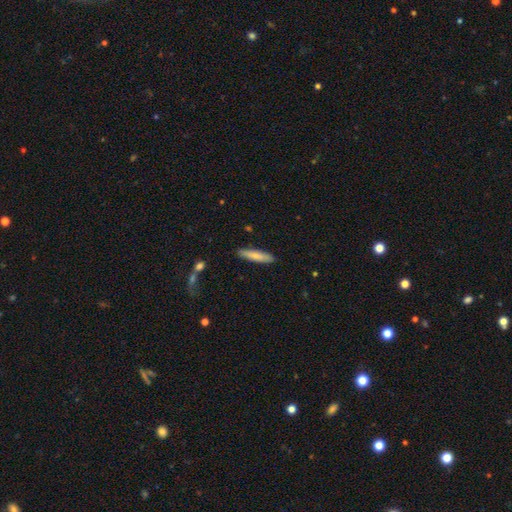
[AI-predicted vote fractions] The model was most divided on "smooth or featured": smooth: 80%, featured or disk: 15%, star or artifact: 5%. More confident: merging — none (89%); how rounded — cigar-shaped (82%).